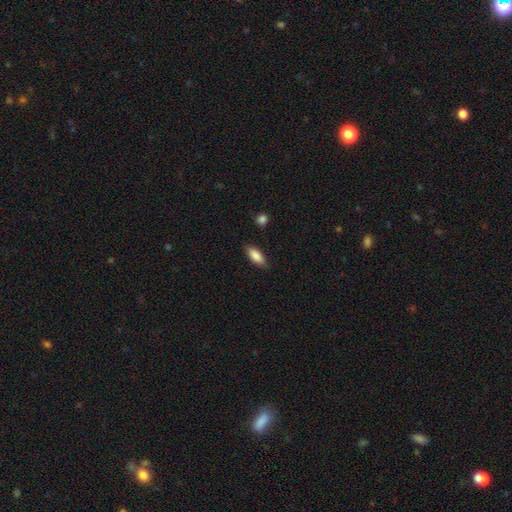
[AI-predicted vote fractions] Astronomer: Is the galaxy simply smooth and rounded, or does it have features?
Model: smooth — 87%.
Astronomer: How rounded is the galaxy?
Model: in between — 80%.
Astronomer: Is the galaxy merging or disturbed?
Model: none — 83%.